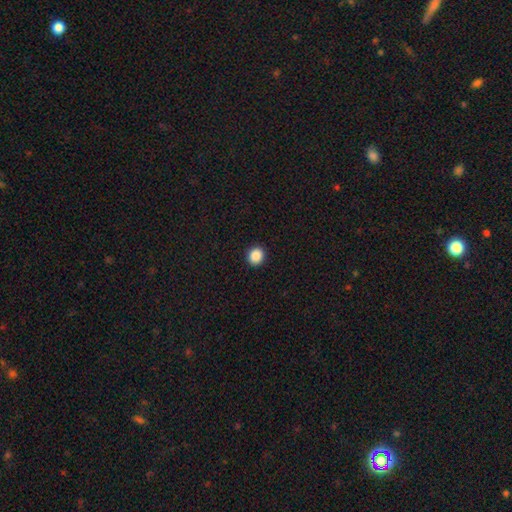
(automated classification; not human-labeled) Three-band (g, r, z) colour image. It shows a smooth galaxy with no disk features (88%) that is round (83%). Merging: none (93%).